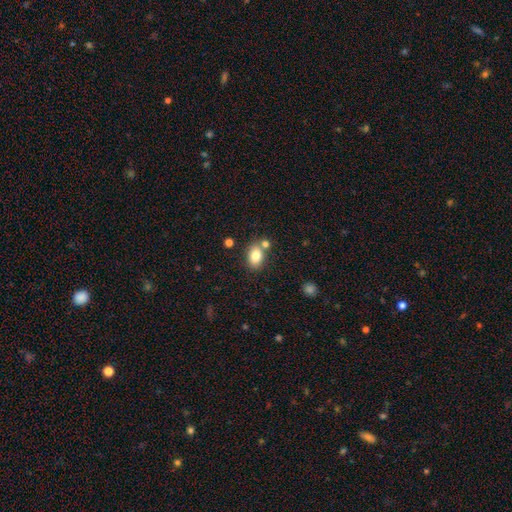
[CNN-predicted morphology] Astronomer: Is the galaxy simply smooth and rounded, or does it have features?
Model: smooth — 81%.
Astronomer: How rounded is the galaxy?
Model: in between — 81%.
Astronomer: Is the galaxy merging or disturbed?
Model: none — 66%.